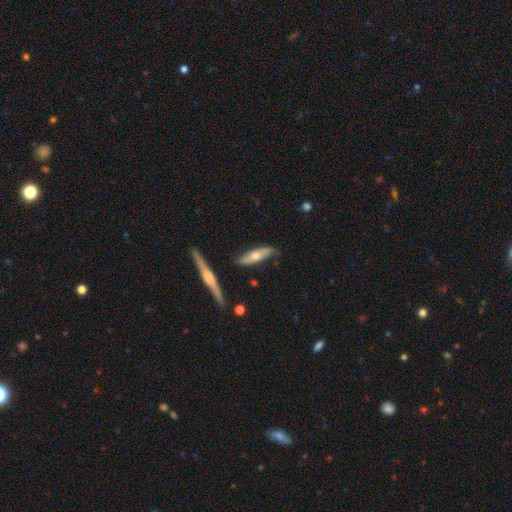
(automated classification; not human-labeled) This appears to be a featured or disk galaxy (60%) viewed edge-on (76%). Merging: none (72%).